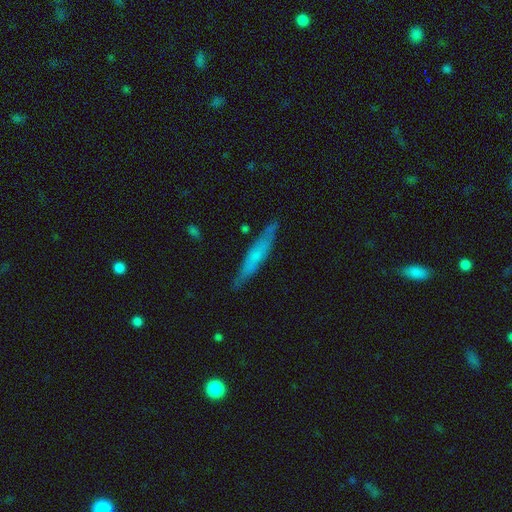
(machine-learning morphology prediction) smooth_or_featured: smooth (p=0.50) [alt: featured or disk p=0.44]
merging: none (p=0.84) [alt: minor disturbance p=0.12]